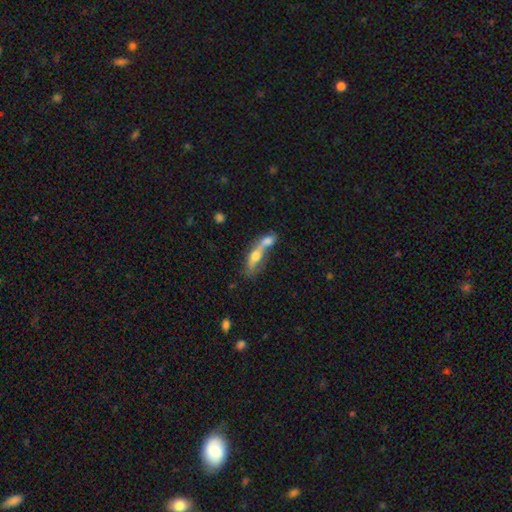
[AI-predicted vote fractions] This appears to be a smooth galaxy with no disk features (53%) that is in between round and cigar-shaped (47%). Merging: merger (68%).